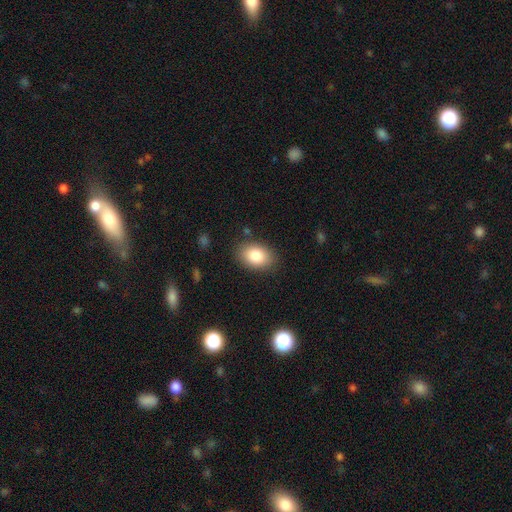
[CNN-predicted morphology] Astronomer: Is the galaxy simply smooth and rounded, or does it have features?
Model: smooth — 83%.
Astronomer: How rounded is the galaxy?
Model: in between — 82%.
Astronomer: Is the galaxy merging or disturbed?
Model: none — 85%.